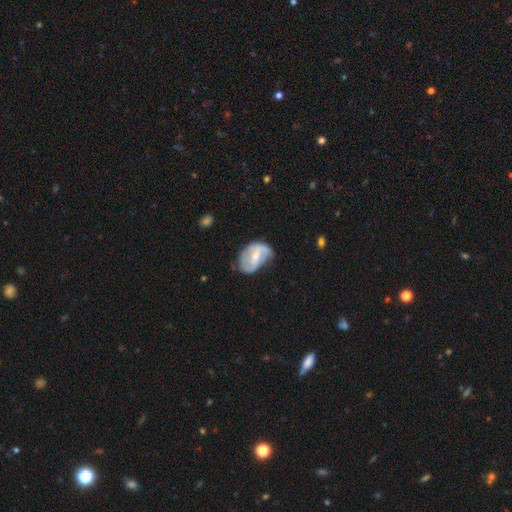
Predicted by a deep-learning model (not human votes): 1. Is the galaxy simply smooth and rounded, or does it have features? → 69% featured or disk, 25% smooth, 6% star or artifact.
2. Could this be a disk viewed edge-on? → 97% no, 3% yes.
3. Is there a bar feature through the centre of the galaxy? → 48% weak, 29% no, 24% strong.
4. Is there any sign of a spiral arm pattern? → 79% yes, 21% no.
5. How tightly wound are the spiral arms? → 41% medium, 35% loose, 24% tight.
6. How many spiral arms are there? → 68% 2, 17% can't tell, 7% 1, 5% 3, 1% 4, 1% more than 4.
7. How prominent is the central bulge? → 50% moderate, 45% small, 3% none, 2% large, 1% dominant.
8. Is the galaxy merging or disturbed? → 46% none, 35% minor disturbance, 17% major disturbance, 2% merger.